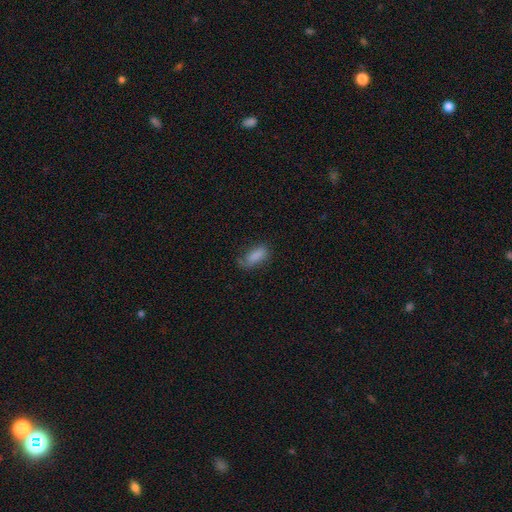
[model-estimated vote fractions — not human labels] Q: Smooth or featured?
A: smooth (81%); runner-up: featured or disk (11%)
Q: How rounded?
A: in between (81%); runner-up: cigar-shaped (16%)
Q: Merging?
A: none (53%); runner-up: minor disturbance (30%)